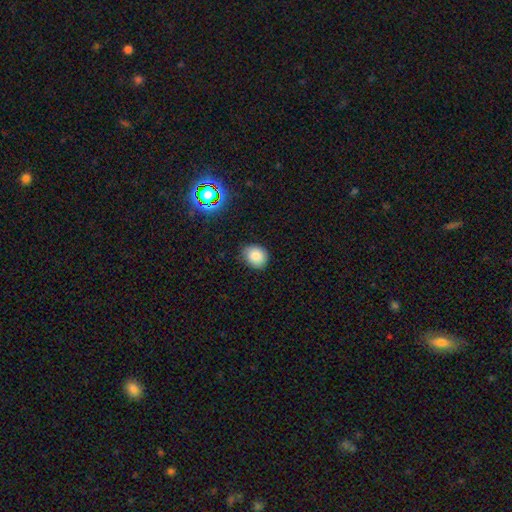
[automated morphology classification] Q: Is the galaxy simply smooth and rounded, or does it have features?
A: smooth — 83%.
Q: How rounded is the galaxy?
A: round — 65%.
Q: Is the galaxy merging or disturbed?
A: none — 79%.